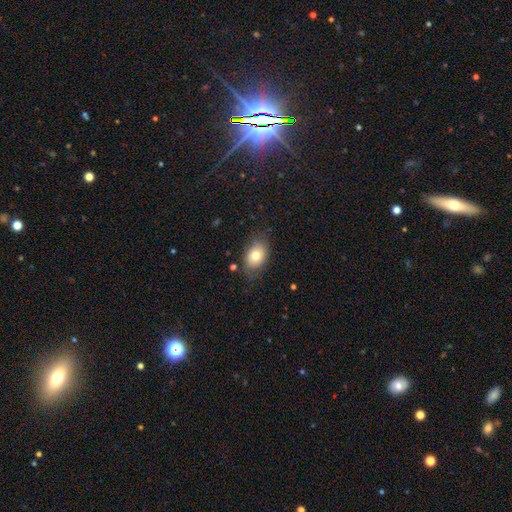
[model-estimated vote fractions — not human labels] Overall: smooth (75%). How rounded: in between (78%). Merging: none (74%).